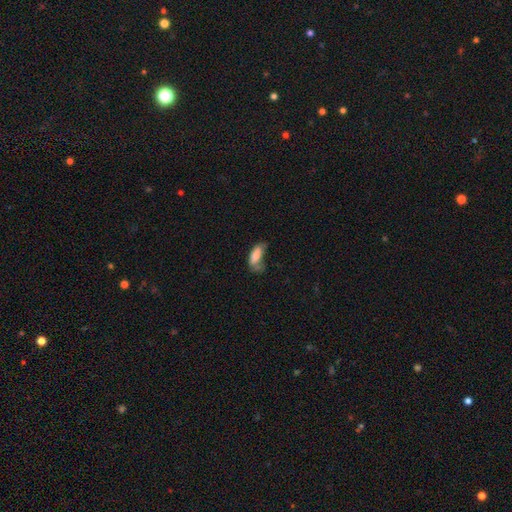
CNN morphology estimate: A smooth galaxy with no disk features (80%) that is in between round and cigar-shaped (76%).

Vote fractions:
- Smooth or featured? smooth: 80% / featured or disk: 12% / star or artifact: 9%
- How rounded? in between: 76% / cigar-shaped: 22% / round: 2%
- Merging? none: 33% / minor disturbance: 31% / major disturbance: 27% / merger: 9%